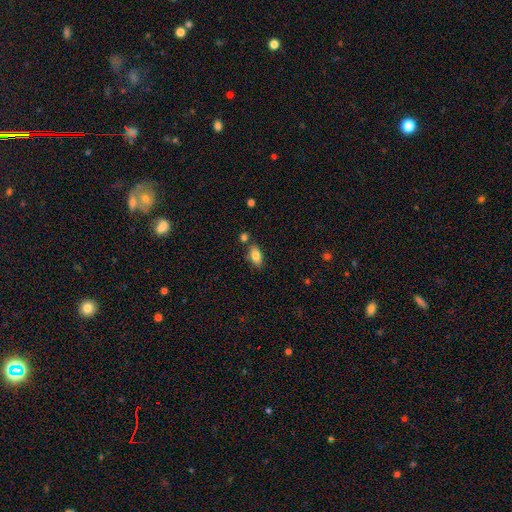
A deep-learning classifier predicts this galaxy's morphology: Q: Smooth or featured?
A: smooth (81%); runner-up: featured or disk (11%)
Q: How rounded?
A: in between (90%); runner-up: round (5%)
Q: Merging?
A: none (74%); runner-up: minor disturbance (13%)